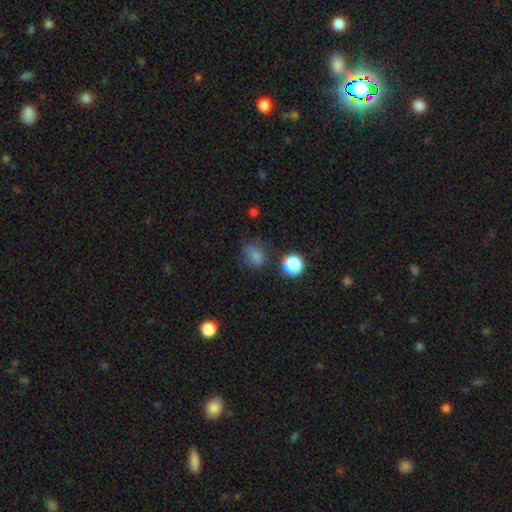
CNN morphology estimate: Q: Smooth or featured?
A: smooth (72%); runner-up: star or artifact (19%)
Q: How rounded?
A: round (51%); runner-up: in between (48%)
Q: Merging?
A: none (58%); runner-up: minor disturbance (24%)